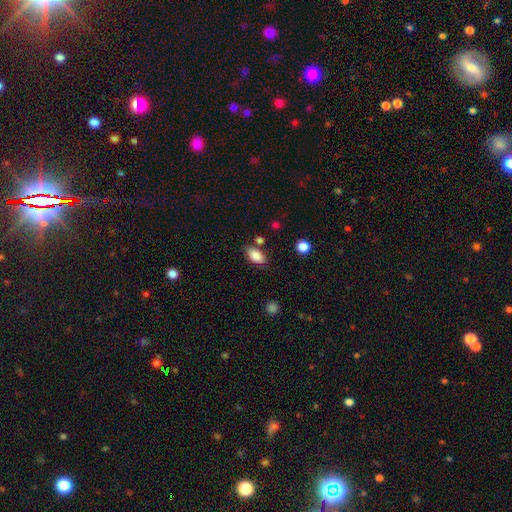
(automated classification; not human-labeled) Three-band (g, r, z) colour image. It shows a smooth galaxy with no disk features (86%) that is in between round and cigar-shaped (91%). Merging: none (75%).